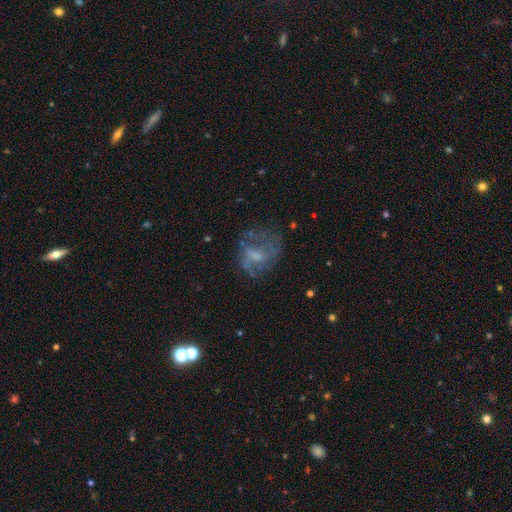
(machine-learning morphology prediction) type=featured or disk (60%); edge-on=no (97%); bar=no (45%); spiral arms=yes (56%); bulge=moderate (34%); merging=none (50%).